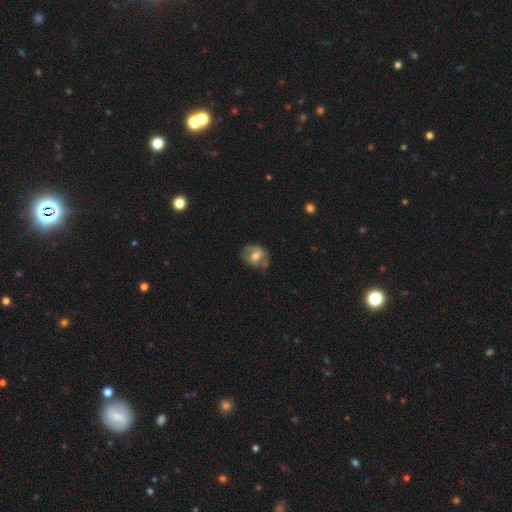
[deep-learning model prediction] smooth_or_featured: smooth (p=0.51) [alt: featured or disk p=0.41]
how_rounded: in between (p=0.51) [alt: round p=0.48]
merging: none (p=0.52) [alt: minor disturbance p=0.29]